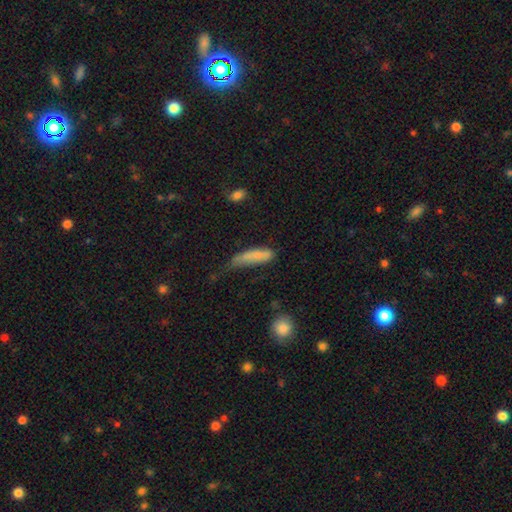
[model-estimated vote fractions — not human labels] A smooth galaxy with no disk features (72%) that is cigar-shaped (57%).

Vote fractions:
- Smooth or featured? smooth: 72% / featured or disk: 20% / star or artifact: 8%
- How rounded? cigar-shaped: 57% / in between: 40% / round: 3%
- Merging? minor disturbance: 38% / none: 31% / major disturbance: 25% / merger: 6%